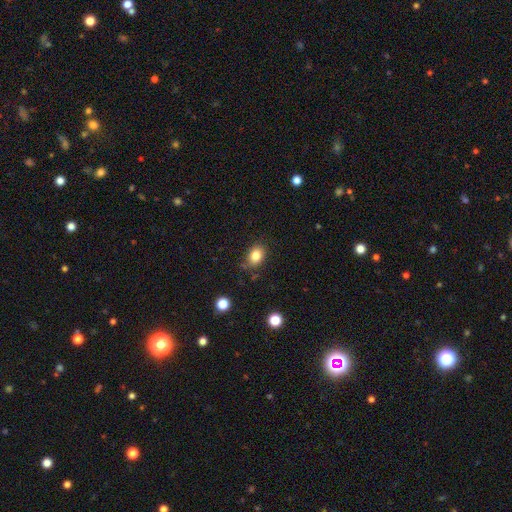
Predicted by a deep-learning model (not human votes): A smooth galaxy with no disk features (82%) that is in between round and cigar-shaped (64%). Merging: none (78%).